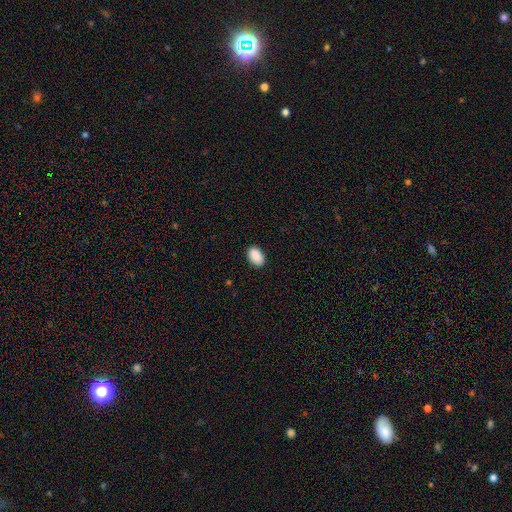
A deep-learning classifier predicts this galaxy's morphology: The model was most divided on "merging": none: 88%, minor disturbance: 9%, major disturbance: 2%, merger: 1%. More confident: how rounded — in between (91%); smooth or featured — smooth (90%).